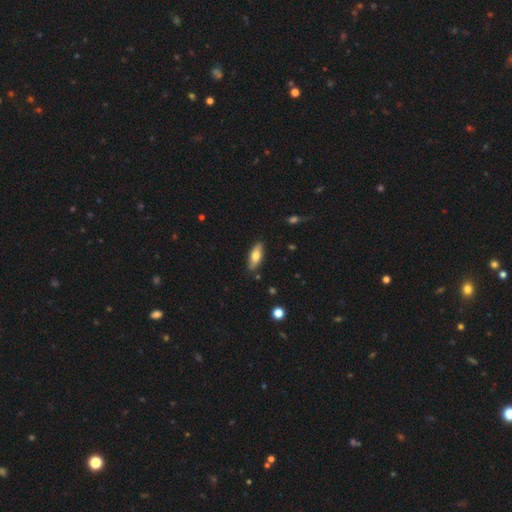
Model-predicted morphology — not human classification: type=smooth (72%); roundness=in between (70%); merging=none (84%).